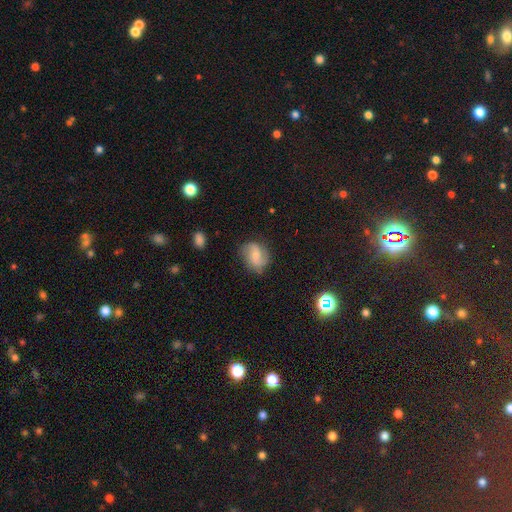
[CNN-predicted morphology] Smooth or featured?
  - featured or disk: 53% *
  - smooth: 38%
  - star or artifact: 9%
Edge-on disk?
  - no: 97% *
  - yes: 3%
Bar?
  - weak: 45% *
  - no: 43%
  - strong: 12%
Spiral arms?
  - yes: 90% *
  - no: 10%
Bulge size?
  - small: 44% *
  - moderate: 36%
  - none: 14%
  - large: 4%
  - dominant: 1%
Merging?
  - none: 72% *
  - minor disturbance: 20%
  - major disturbance: 7%
  - merger: 2%